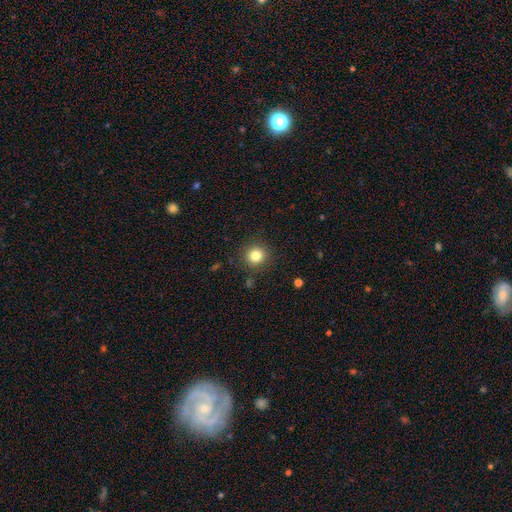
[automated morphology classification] The model was most divided on "smooth or featured": smooth: 82%, star or artifact: 12%, featured or disk: 6%. More confident: how rounded — round (93%); merging — none (89%).